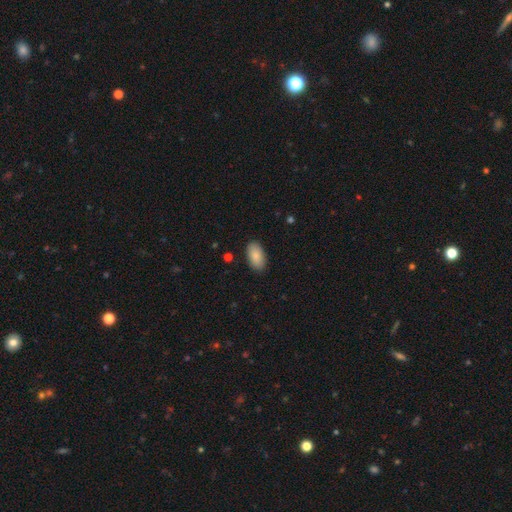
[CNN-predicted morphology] Smooth or featured? smooth (88%)
How rounded? in between (95%)
Merging? none (88%)